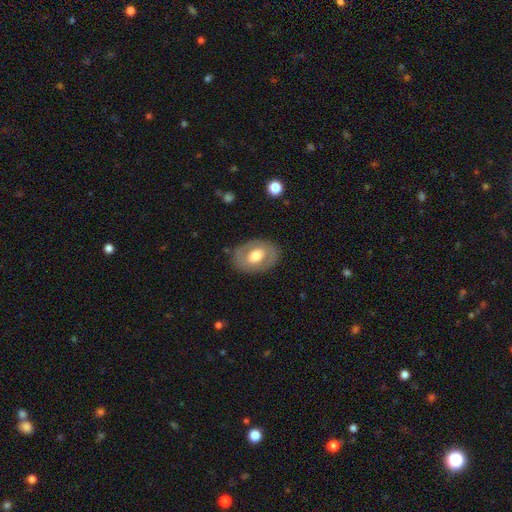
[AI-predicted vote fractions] smooth 52%, featured or disk 42%, star or artifact 6%. Down the decision tree: how rounded — in between (78%); merging — none (81%).